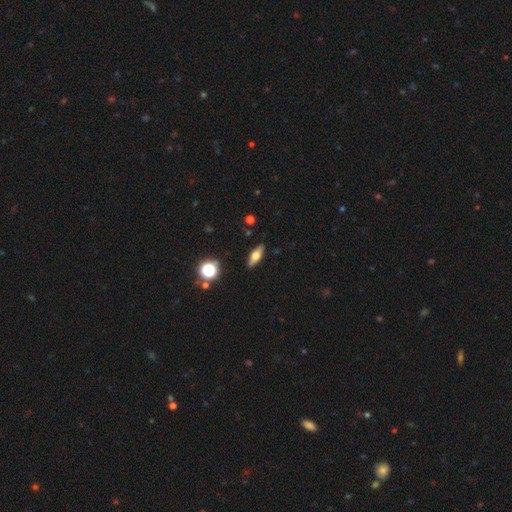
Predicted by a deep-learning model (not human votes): Overall: smooth (50%; featured or disk 41%). How rounded: in between (57%; cigar-shaped 38%). Merging: none (88%).